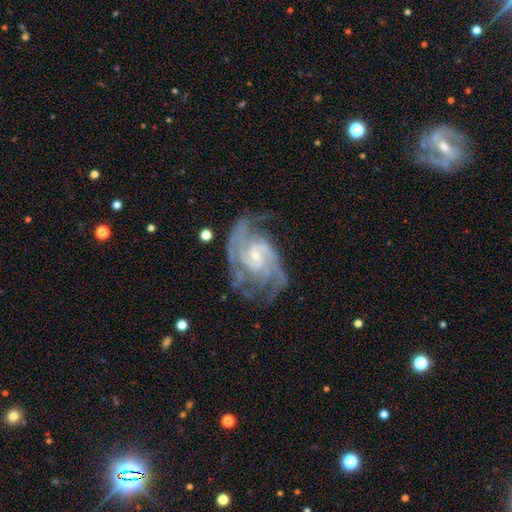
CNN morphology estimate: Smooth or featured?
  - featured or disk: 92% *
  - star or artifact: 5%
  - smooth: 3%
Edge-on disk?
  - no: 98% *
  - yes: 2%
Bar?
  - no: 50% *
  - weak: 39%
  - strong: 11%
Spiral arms?
  - yes: 98% *
  - no: 2%
Spiral winding?
  - tight: 53% *
  - medium: 40%
  - loose: 7%
Spiral arm count?
  - 2: 31% *
  - 3: 27%
  - can't tell: 16%
  - 4: 14%
  - more than 4: 6%
  - 1: 6%
Bulge size?
  - small: 72% *
  - moderate: 23%
  - none: 2%
  - large: 1%
  - dominant: 1%
Merging?
  - none: 65% *
  - minor disturbance: 20%
  - major disturbance: 12%
  - merger: 2%